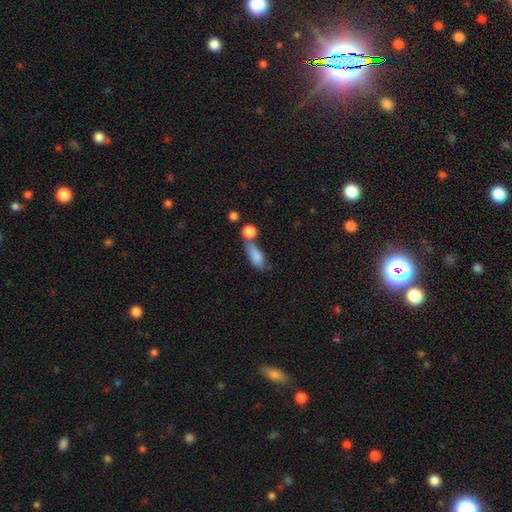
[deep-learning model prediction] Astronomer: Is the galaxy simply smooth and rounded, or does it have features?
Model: smooth — 82%.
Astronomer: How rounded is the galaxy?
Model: in between — 77%.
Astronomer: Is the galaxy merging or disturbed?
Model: none — 42% (runner-up: merger, 30%).